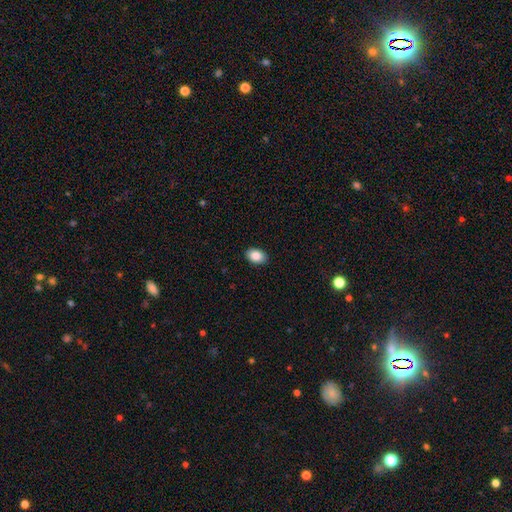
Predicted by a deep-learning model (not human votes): smooth_or_featured: smooth (p=0.87) [alt: star or artifact p=0.08]
how_rounded: in between (p=0.84) [alt: round p=0.15]
merging: none (p=0.90) [alt: minor disturbance p=0.07]